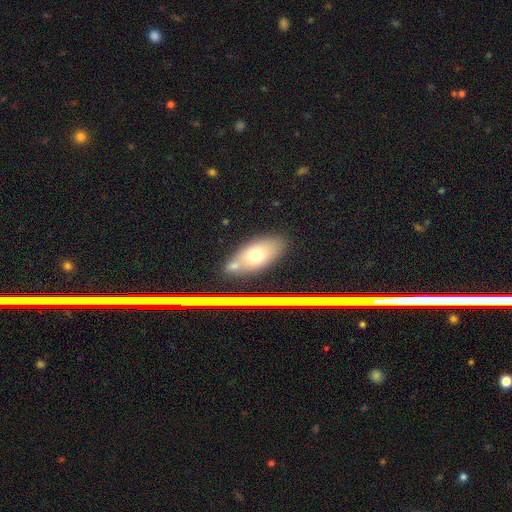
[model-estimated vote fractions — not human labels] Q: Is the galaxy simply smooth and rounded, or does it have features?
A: smooth — 68%.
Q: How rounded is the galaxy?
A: in between — 84%.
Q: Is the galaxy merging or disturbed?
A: none — 70%.